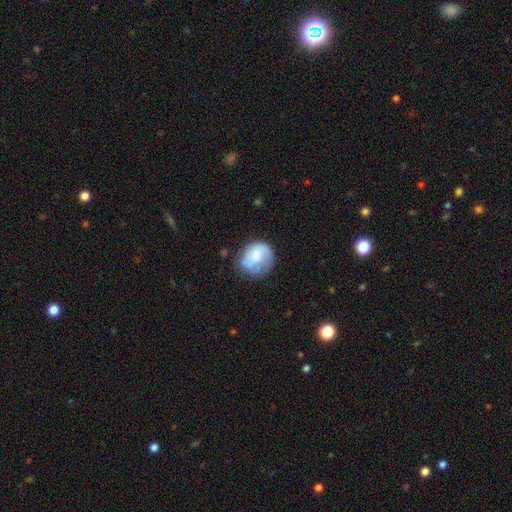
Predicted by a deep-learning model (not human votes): Morphology: type=smooth (55%); roundness=round (71%); merging=none (50%).